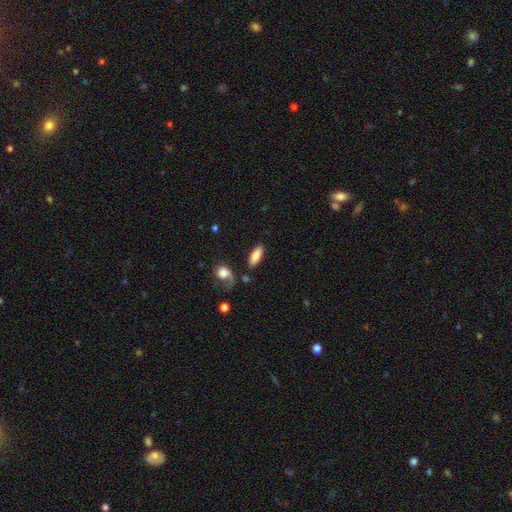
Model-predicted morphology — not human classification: smooth_or_featured: smooth (p=0.81) [alt: featured or disk p=0.13]
how_rounded: in between (p=0.67) [alt: cigar-shaped p=0.30]
merging: none (p=0.74) [alt: minor disturbance p=0.13]